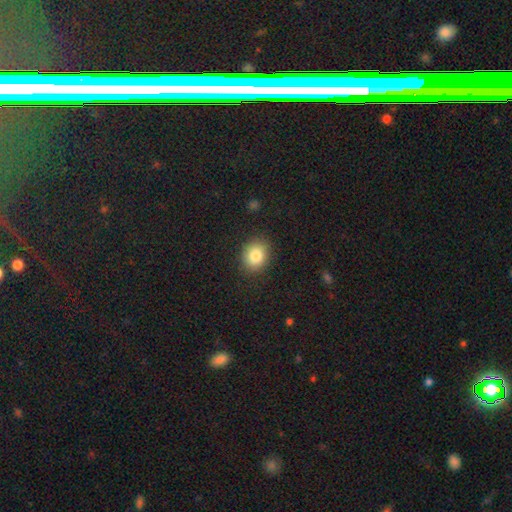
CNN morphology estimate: smooth-or-featured: smooth: 83% | star or artifact: 10% | featured or disk: 7%
  how-rounded: round: 62% | in between: 37% | cigar-shaped: 1%
  merging: none: 88% | minor disturbance: 8% | major disturbance: 3% | merger: 1%